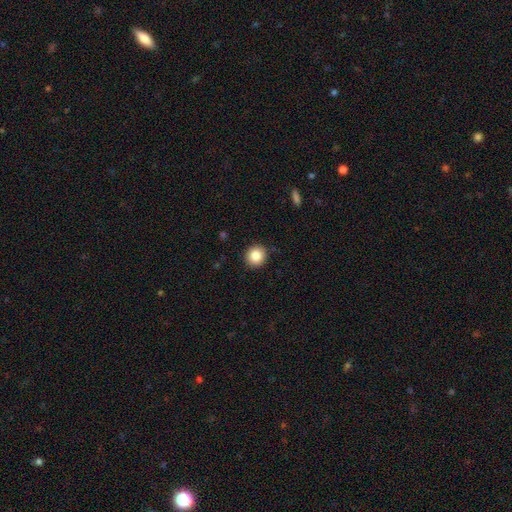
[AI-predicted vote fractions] This appears to be a smooth galaxy with no disk features (85%) that is round (90%). Merging: none (91%).